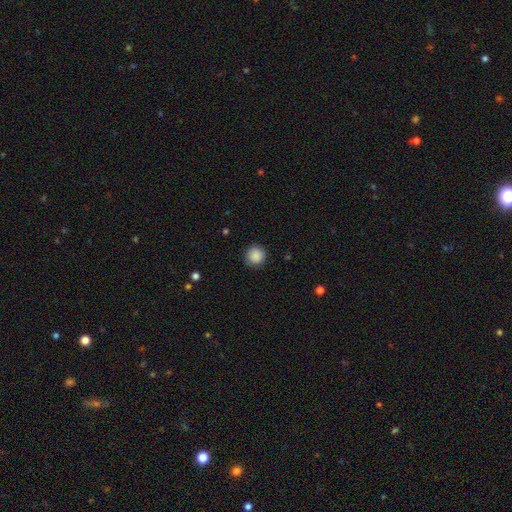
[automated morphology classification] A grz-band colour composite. It shows a smooth galaxy with no disk features (88%) that is round (93%). Merging: none (87%).